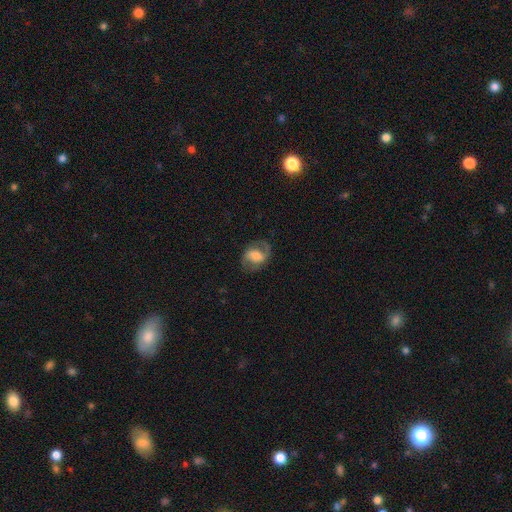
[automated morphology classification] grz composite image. It shows a featured or disk galaxy (64%) with a weak bar (43%), 2 (84%) medium (48%) spiral arms (86%) and a moderate central bulge (40%). Merging: none (71%).